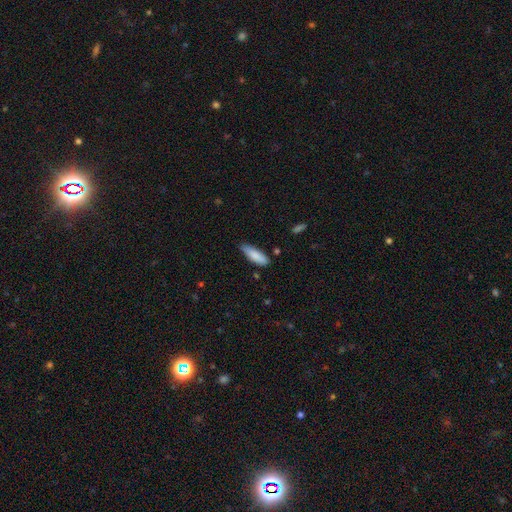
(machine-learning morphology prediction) Smooth or featured? Predicted: smooth (p=0.85). How rounded? Predicted: in between (p=0.51). Merging? Predicted: none (p=0.74).